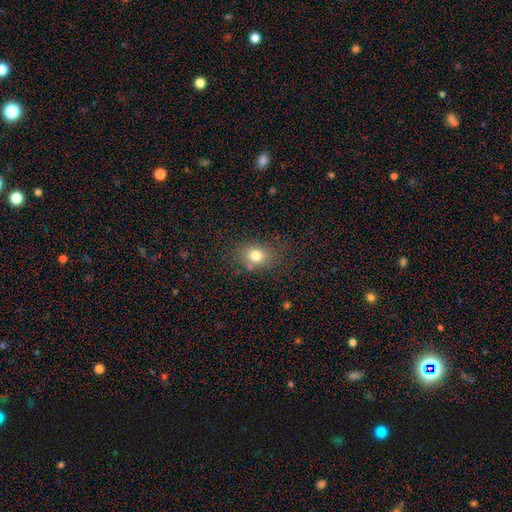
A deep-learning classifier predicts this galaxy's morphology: Q: Smooth or featured?
A: smooth (77%); runner-up: star or artifact (12%)
Q: How rounded?
A: in between (52%); runner-up: round (47%)
Q: Merging?
A: none (72%); runner-up: minor disturbance (17%)